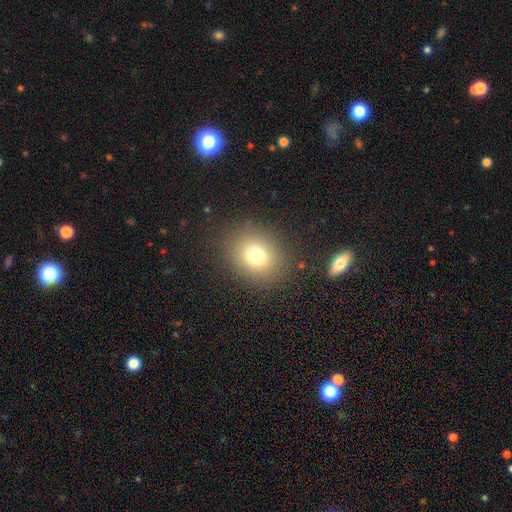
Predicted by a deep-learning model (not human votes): Smooth or featured? smooth (75%)
How rounded? round (71%)
Merging? none (85%)